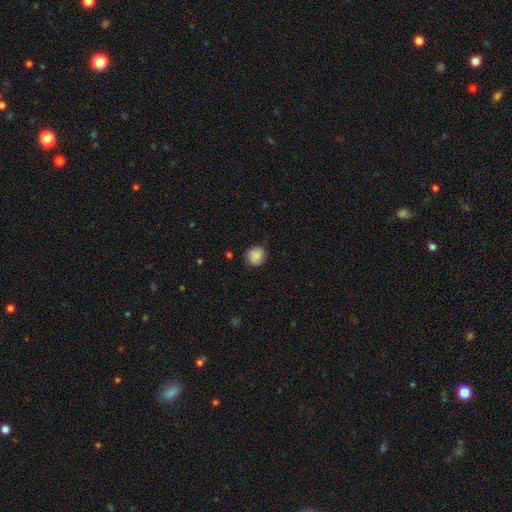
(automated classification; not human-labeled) Smooth or featured?
  - smooth: 87% *
  - star or artifact: 8%
  - featured or disk: 5%
How rounded?
  - round: 88% *
  - in between: 11%
  - cigar-shaped: 1%
Merging?
  - none: 84% *
  - minor disturbance: 12%
  - major disturbance: 3%
  - merger: 1%